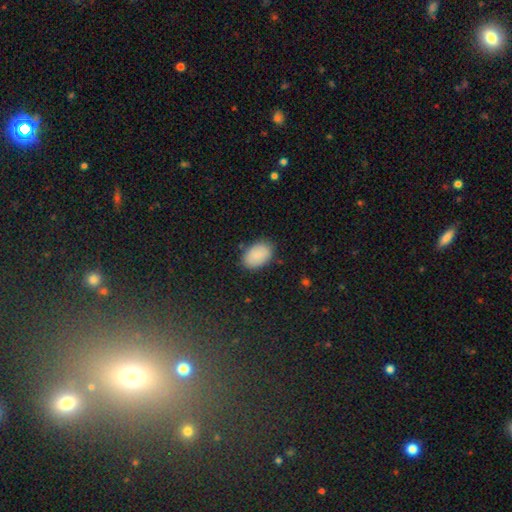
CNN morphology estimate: Q: Smooth or featured?
A: smooth (89%); runner-up: star or artifact (7%)
Q: How rounded?
A: in between (91%); runner-up: round (8%)
Q: Merging?
A: none (85%); runner-up: minor disturbance (11%)